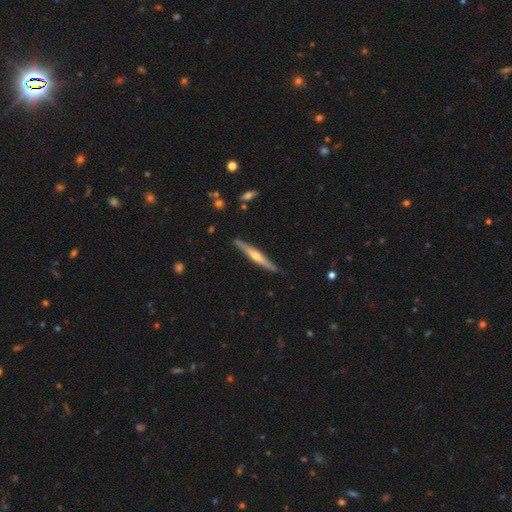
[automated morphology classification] Overall: featured or disk (68%). Edge-on disk: yes (97%). Edge-on bulge: rounded (81%). Merging: none (88%).